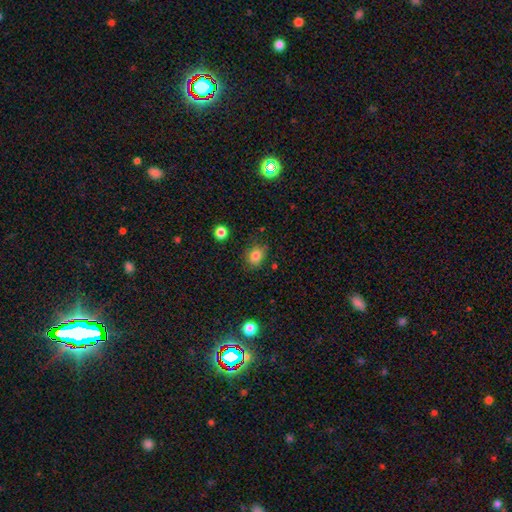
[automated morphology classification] A smooth galaxy with no disk features (82%) that is round (59%).

Vote fractions:
- Smooth or featured? smooth: 82% / star or artifact: 12% / featured or disk: 6%
- How rounded? round: 59% / in between: 40% / cigar-shaped: 1%
- Merging? none: 79% / minor disturbance: 16% / major disturbance: 3% / merger: 2%